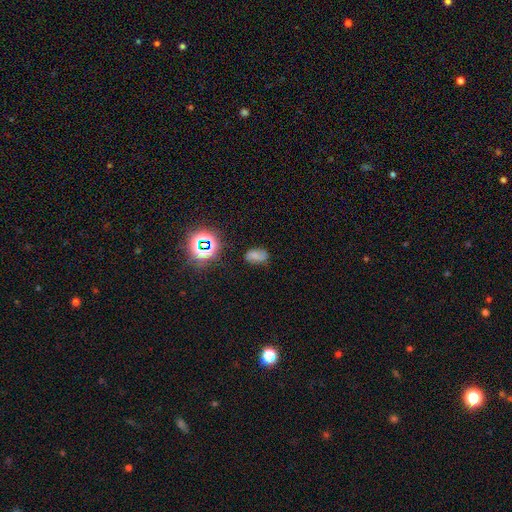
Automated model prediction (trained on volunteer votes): Morphology: type=smooth (47%); merging=none (70%).